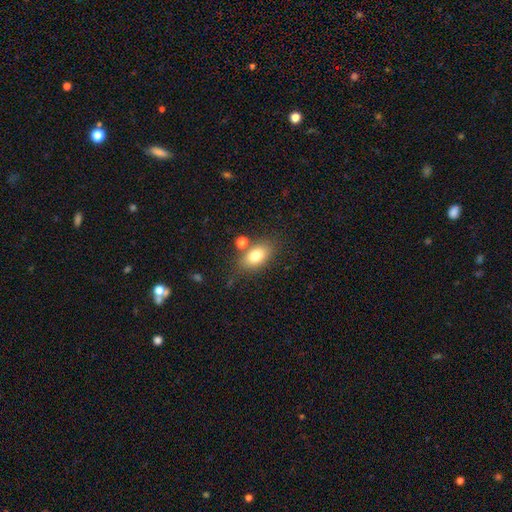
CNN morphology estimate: This is likely a smooth galaxy (78%). How rounded: clearly in between (84%). Merging: likely none (72%).